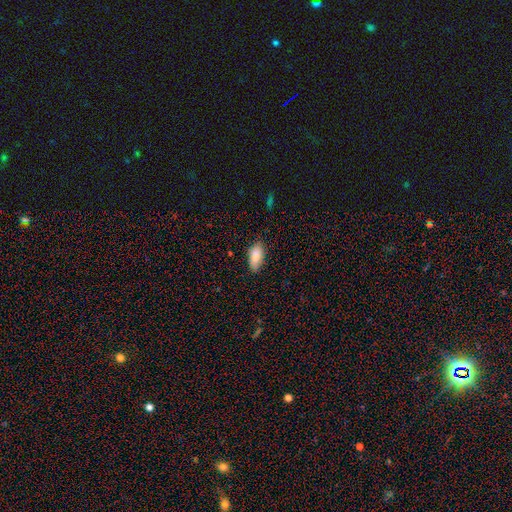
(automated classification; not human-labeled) Morphology: type=smooth (87%); roundness=in between (91%); merging=none (75%).